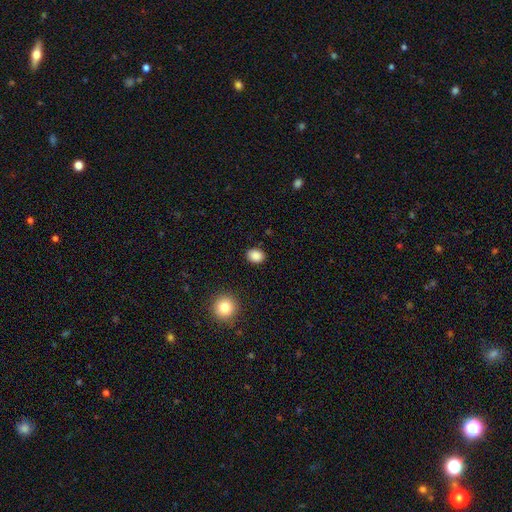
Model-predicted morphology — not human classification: smooth 88%, star or artifact 9%, featured or disk 3%. Down the decision tree: how rounded — in between (52%); merging — none (89%).